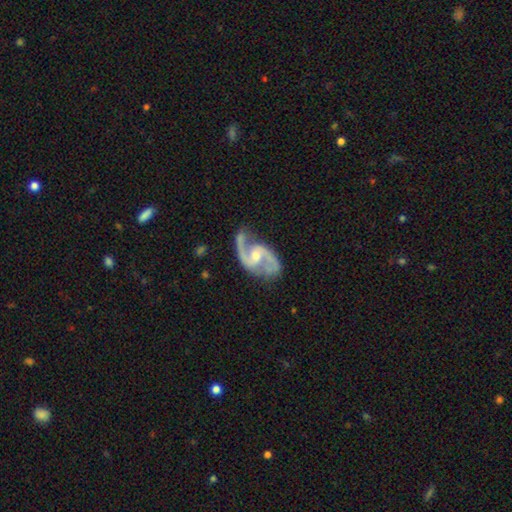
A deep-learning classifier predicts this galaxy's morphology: Overall: featured or disk (92%). Edge-on disk: no (98%). Bar: weak (48%; no 38%). Spiral arms: yes (98%). Spiral arm count: 2 (92%). Spiral winding: medium (53%; loose 36%). Bulge size: moderate (53%; small 39%). Merging: none (68%).